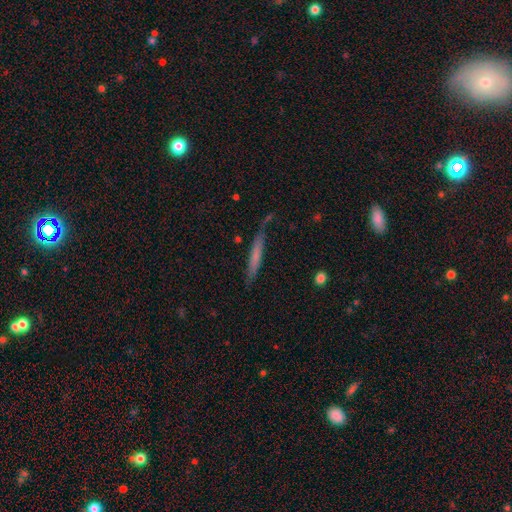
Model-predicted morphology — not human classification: A smooth galaxy with no disk features (58%) that is cigar-shaped (94%).

Vote fractions:
- Smooth or featured? smooth: 58% / featured or disk: 35% / star or artifact: 7%
- How rounded? cigar-shaped: 94% / in between: 4% / round: 2%
- Merging? none: 71% / minor disturbance: 20% / major disturbance: 6% / merger: 4%